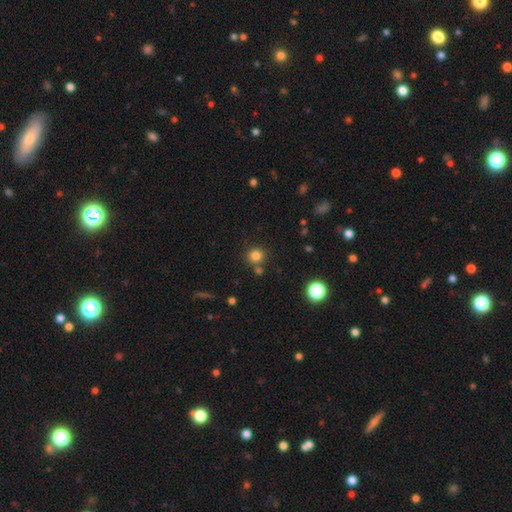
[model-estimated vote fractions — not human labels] Smooth or featured? Predicted: smooth (p=0.80). How rounded? Predicted: round (p=0.90). Merging? Predicted: none (p=0.75).